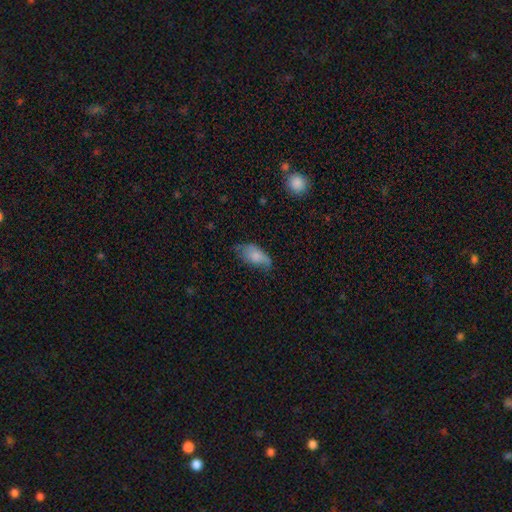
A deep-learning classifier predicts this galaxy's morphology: Smooth or featured?
  - smooth: 75% *
  - featured or disk: 18%
  - star or artifact: 7%
How rounded?
  - in between: 91% *
  - cigar-shaped: 6%
  - round: 3%
Merging?
  - none: 47% *
  - minor disturbance: 37%
  - major disturbance: 13%
  - merger: 2%